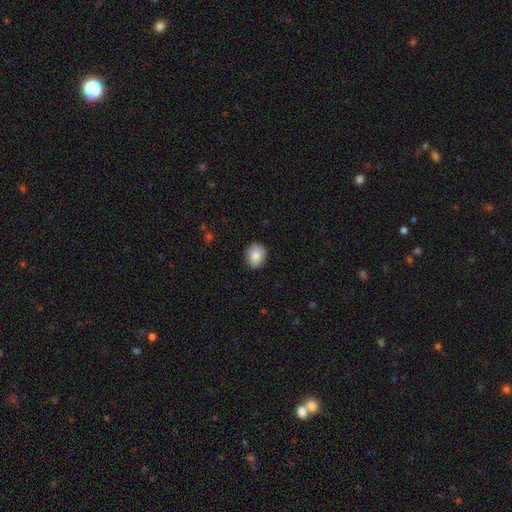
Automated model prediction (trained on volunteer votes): Q: Smooth or featured?
A: smooth (84%); runner-up: featured or disk (9%)
Q: How rounded?
A: round (56%); runner-up: in between (43%)
Q: Merging?
A: none (86%); runner-up: minor disturbance (11%)